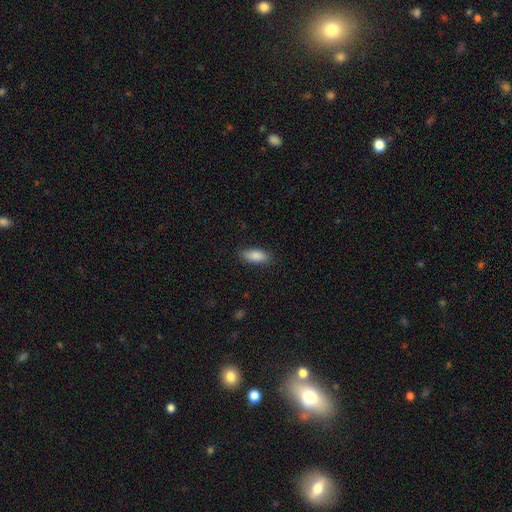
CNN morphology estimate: A smooth galaxy with no disk features (88%) that is in between round and cigar-shaped (82%).

Vote fractions:
- Smooth or featured? smooth: 88% / star or artifact: 6% / featured or disk: 6%
- How rounded? in between: 82% / cigar-shaped: 16% / round: 2%
- Merging? none: 85% / minor disturbance: 11% / major disturbance: 3% / merger: 1%